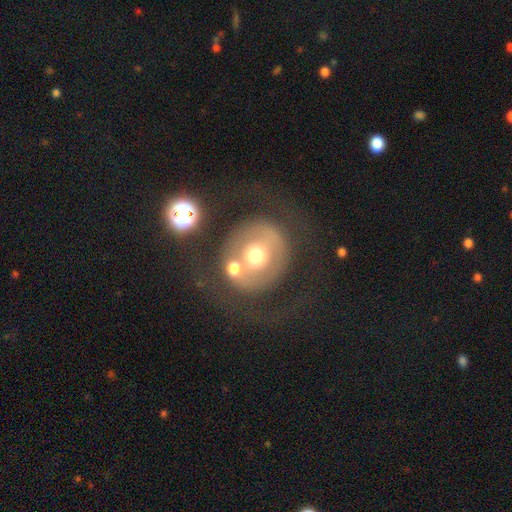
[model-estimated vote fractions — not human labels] A featured or disk galaxy (45%). Merging: none (54%).